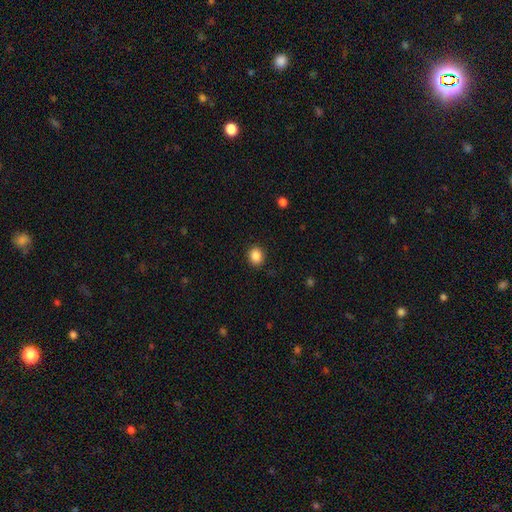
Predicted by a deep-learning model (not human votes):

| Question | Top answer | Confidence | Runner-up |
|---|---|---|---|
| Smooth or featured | smooth | 87% | star or artifact (10%) |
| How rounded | round | 72% | in between (27%) |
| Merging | none | 90% | minor disturbance (7%) |